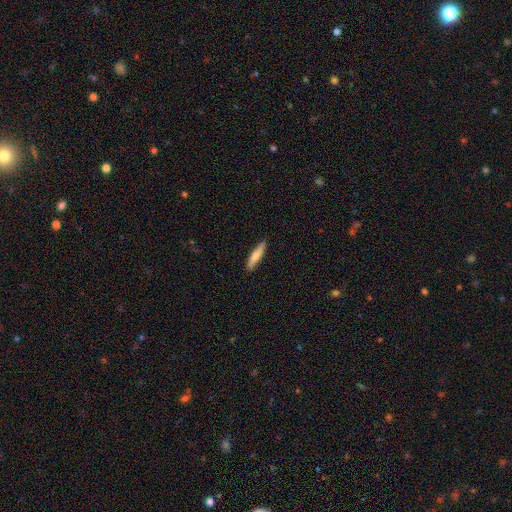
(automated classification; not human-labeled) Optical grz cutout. It shows a smooth galaxy with no disk features (78%) that is cigar-shaped (80%). Merging: none (88%).